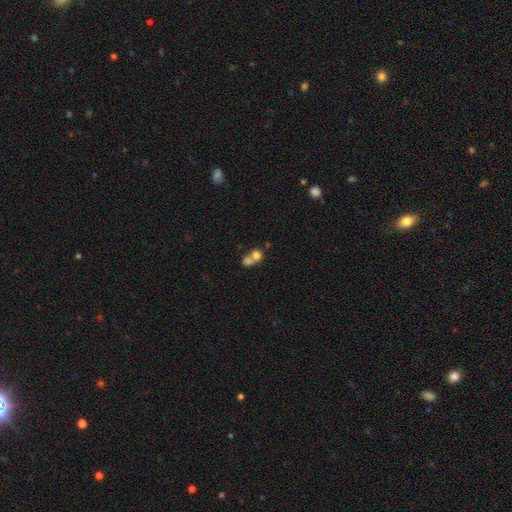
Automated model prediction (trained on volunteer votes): smooth_or_featured: smooth (p=0.73) [alt: featured or disk p=0.16]
how_rounded: round (p=0.73) [alt: in between p=0.26]
merging: merger (p=0.66) [alt: none p=0.25]